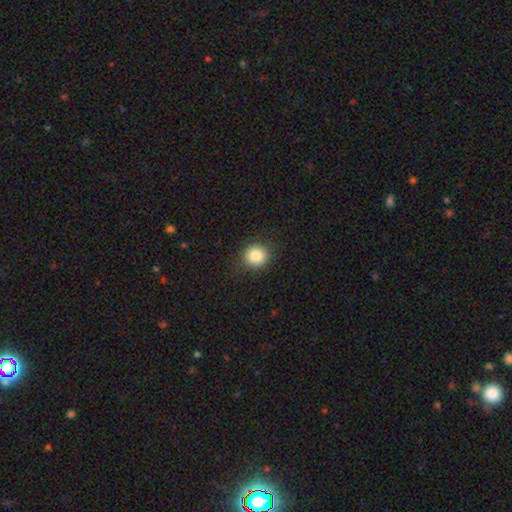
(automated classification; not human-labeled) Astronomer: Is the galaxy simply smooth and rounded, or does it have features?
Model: smooth — 85%.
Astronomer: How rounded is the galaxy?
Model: round — 89%.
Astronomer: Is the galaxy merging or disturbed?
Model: none — 88%.